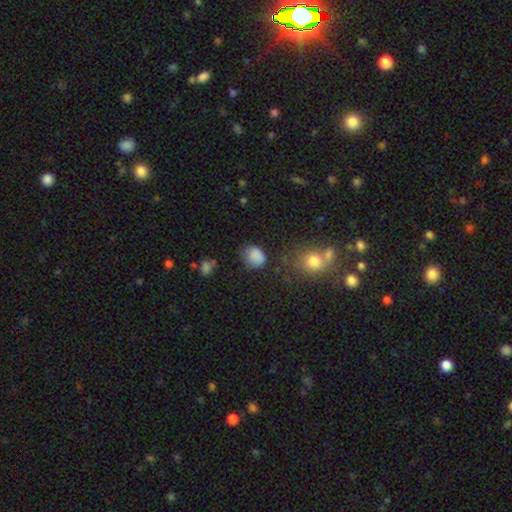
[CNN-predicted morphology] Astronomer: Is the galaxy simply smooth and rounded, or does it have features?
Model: smooth — 81%.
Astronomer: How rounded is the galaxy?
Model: in between — 52% (runner-up: round, 47%).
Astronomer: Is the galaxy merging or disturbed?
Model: none — 57%.